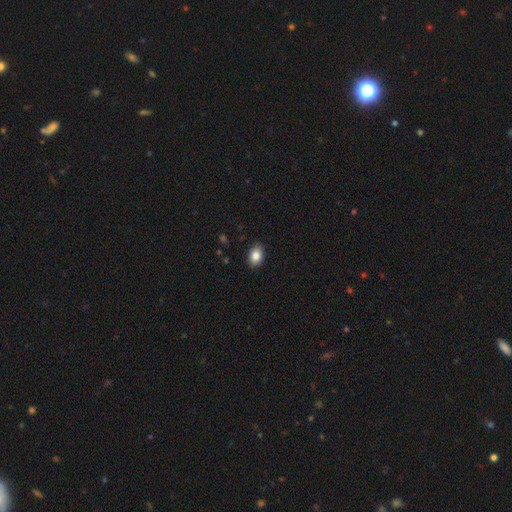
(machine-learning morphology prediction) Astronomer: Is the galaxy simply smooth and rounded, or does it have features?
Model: smooth — 86%.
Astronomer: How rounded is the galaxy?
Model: in between — 86%.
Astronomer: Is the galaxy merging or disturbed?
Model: none — 89%.